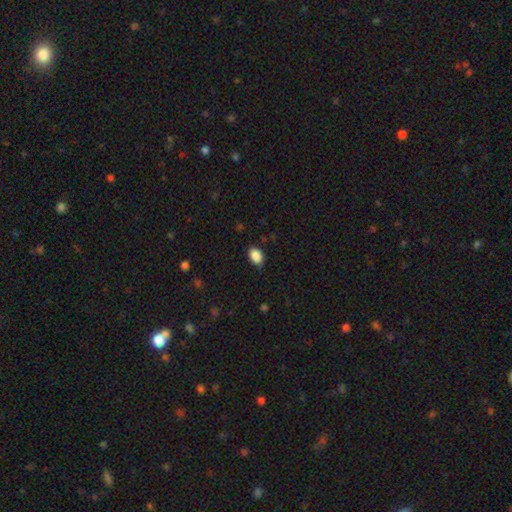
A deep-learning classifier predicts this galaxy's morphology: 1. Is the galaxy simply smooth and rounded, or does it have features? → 88% smooth, 8% star or artifact, 4% featured or disk.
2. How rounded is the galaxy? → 82% in between, 16% round, 1% cigar-shaped.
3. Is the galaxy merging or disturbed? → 78% none, 18% minor disturbance, 3% major disturbance, 1% merger.